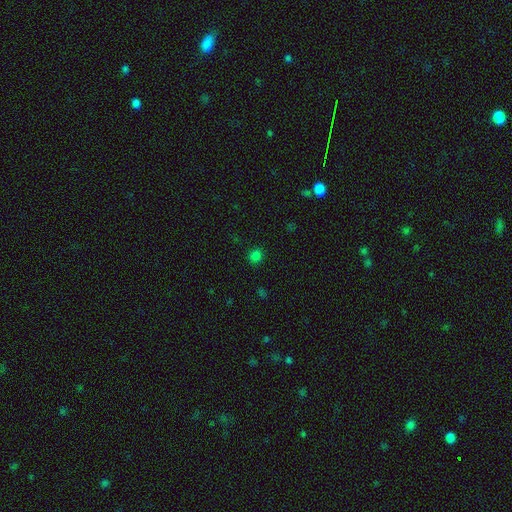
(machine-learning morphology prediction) Smooth or featured: smooth — 79% (star or artifact — 18%)
How rounded: round — 81% (in between — 18%)
Merging: none — 89% (minor disturbance — 7%)